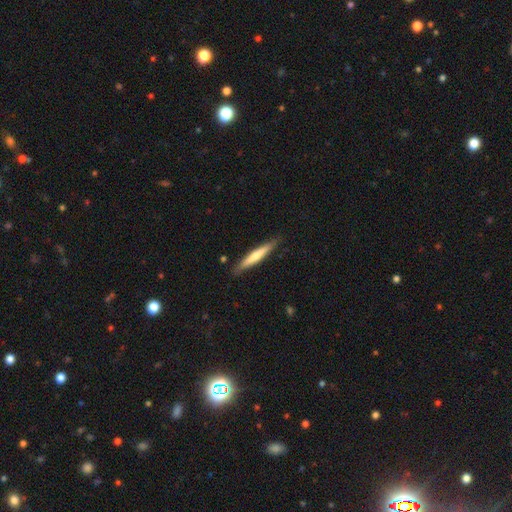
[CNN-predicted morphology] Overall: smooth (56%; featured or disk 38%). How rounded: cigar-shaped (94%). Merging: none (86%).